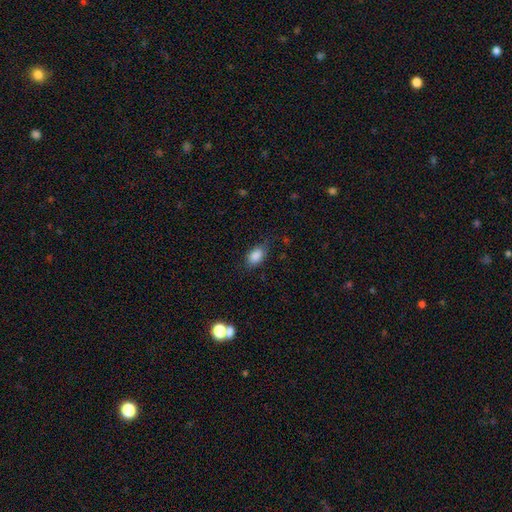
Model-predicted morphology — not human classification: A smooth galaxy with no disk features (86%) that is in between round and cigar-shaped (86%). Merging: none (73%).